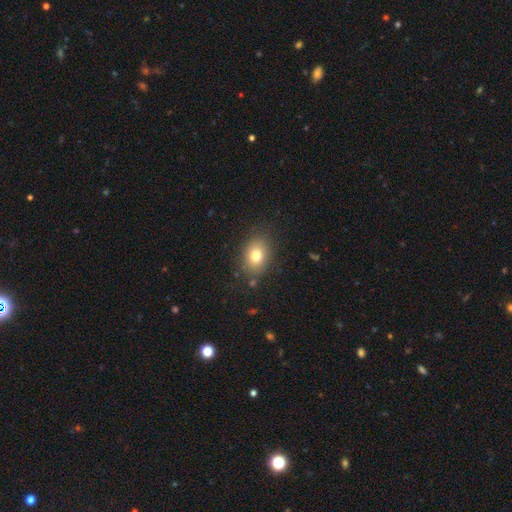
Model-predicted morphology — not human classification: smooth 76%, featured or disk 12%, star or artifact 11%. Down the decision tree: how rounded — in between (69%); merging — none (83%).